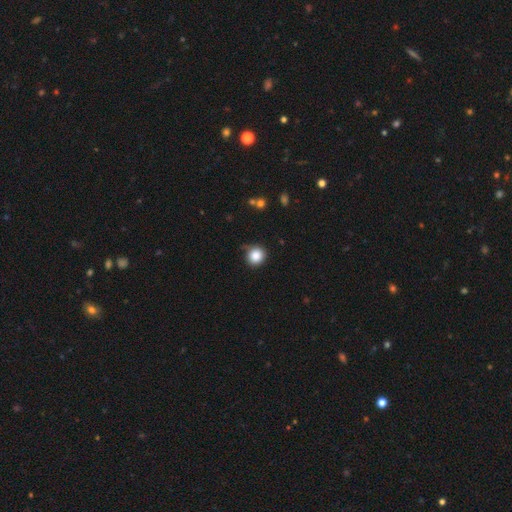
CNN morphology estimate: This appears to be a smooth galaxy with no disk features (86%) that is round (92%). Merging: none (74%).